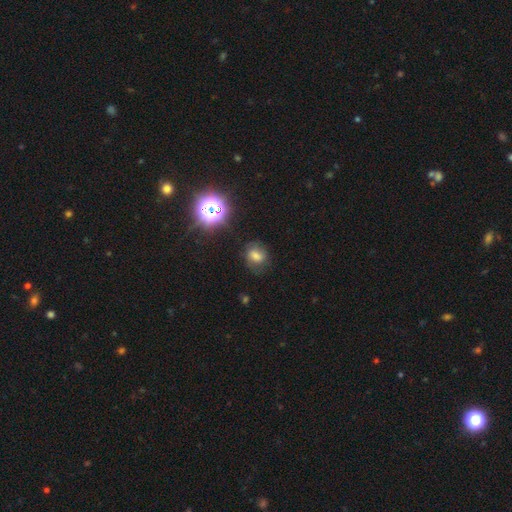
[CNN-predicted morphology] type=smooth (60%); roundness=round (50%); merging=none (70%).